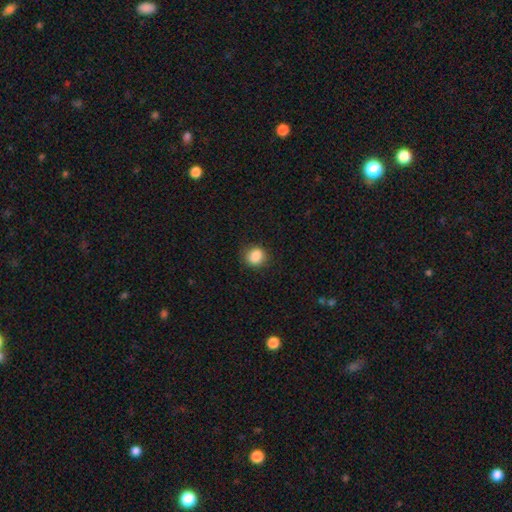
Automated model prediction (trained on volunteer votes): Smooth or featured? smooth (86%)
How rounded? round (72%)
Merging? none (86%)